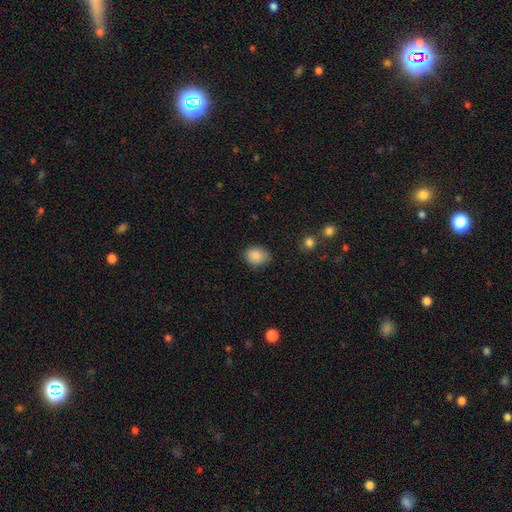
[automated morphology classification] smooth 88%, star or artifact 8%, featured or disk 4%. Down the decision tree: how rounded — round (54%); merging — none (77%).